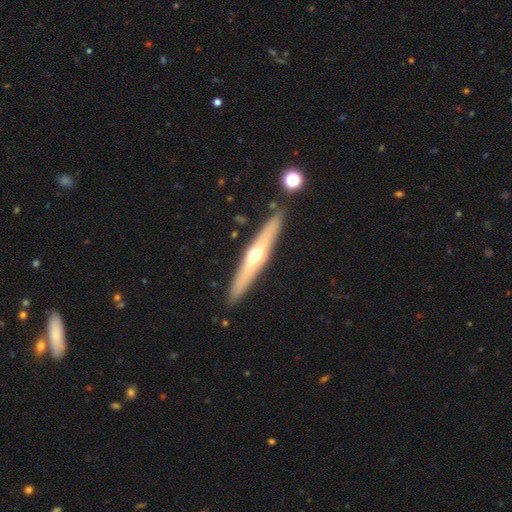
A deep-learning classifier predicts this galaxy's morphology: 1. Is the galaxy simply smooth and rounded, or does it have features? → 61% featured or disk, 33% smooth, 6% star or artifact.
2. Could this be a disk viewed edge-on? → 93% yes, 7% no.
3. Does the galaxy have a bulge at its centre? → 88% rounded, 9% none, 2% boxy.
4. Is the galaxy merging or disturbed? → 89% none, 7% minor disturbance, 2% merger, 2% major disturbance.